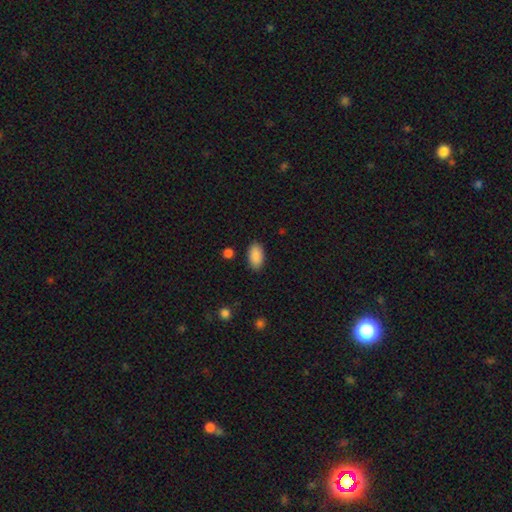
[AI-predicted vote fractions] The model was most divided on "merging": none: 87%, minor disturbance: 9%, major disturbance: 2%, merger: 1%. More confident: how rounded — in between (94%); smooth or featured — smooth (90%).